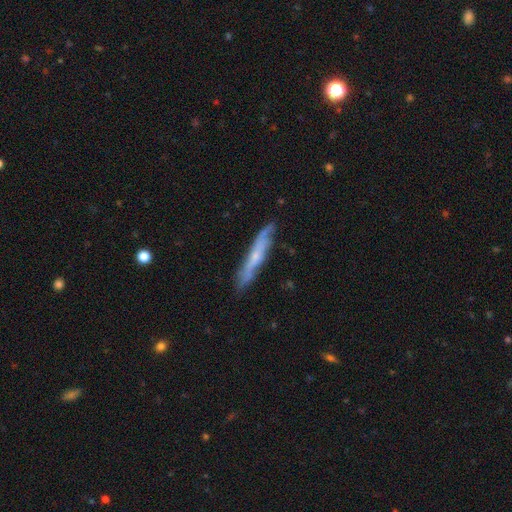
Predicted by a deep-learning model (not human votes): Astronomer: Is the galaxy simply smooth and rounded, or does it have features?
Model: featured or disk — 58% (runner-up: smooth, 36%).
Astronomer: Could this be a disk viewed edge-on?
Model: yes — 77%.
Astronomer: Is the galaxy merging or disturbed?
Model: none — 77%.